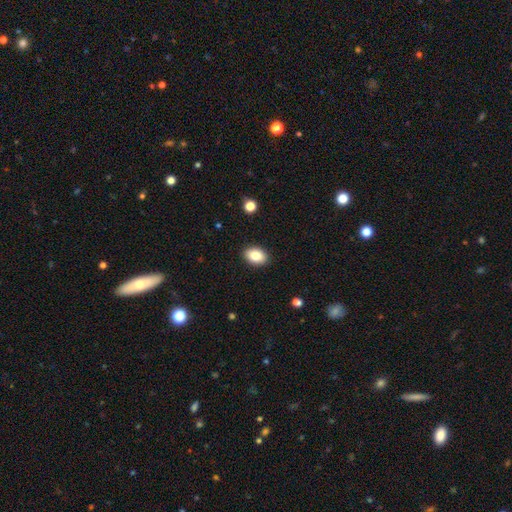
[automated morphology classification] type=smooth (85%); roundness=in between (83%); merging=none (90%).